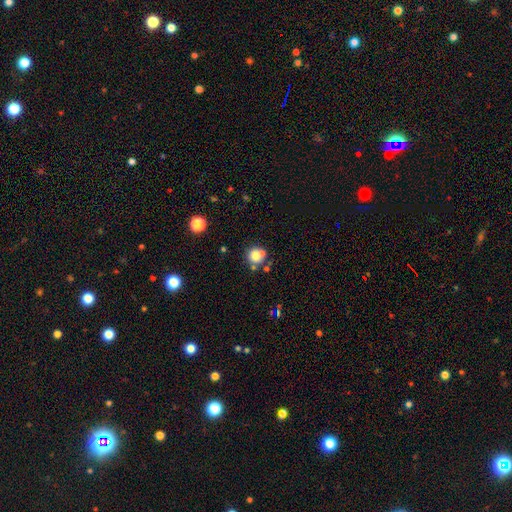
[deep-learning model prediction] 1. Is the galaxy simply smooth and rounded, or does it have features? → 77% smooth, 12% star or artifact, 11% featured or disk.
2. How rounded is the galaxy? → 89% round, 10% in between, 1% cigar-shaped.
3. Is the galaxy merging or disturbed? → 60% none, 22% merger, 13% minor disturbance, 5% major disturbance.